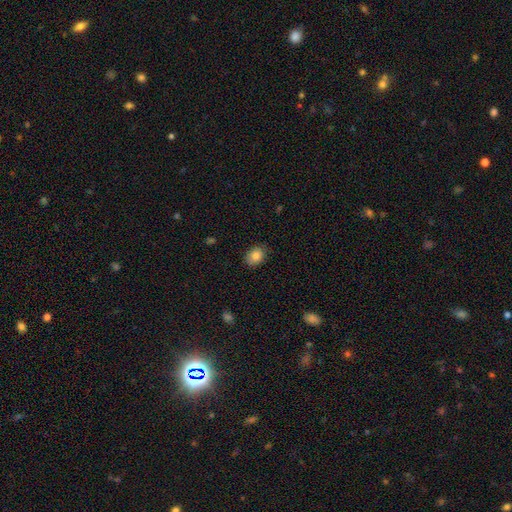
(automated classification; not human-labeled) smooth_or_featured: smooth (p=0.85) [alt: star or artifact p=0.08]
how_rounded: in between (p=0.65) [alt: round p=0.34]
merging: none (p=0.83) [alt: minor disturbance p=0.13]